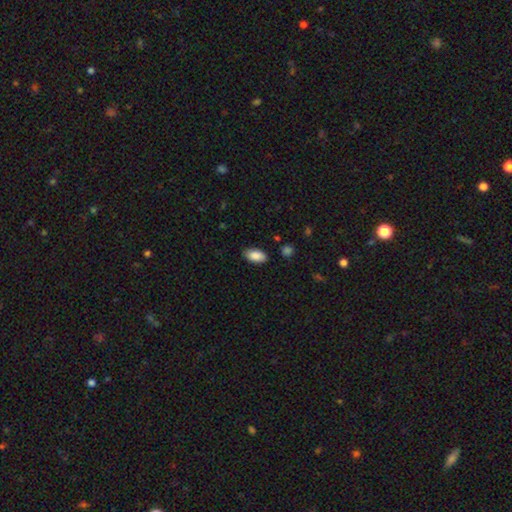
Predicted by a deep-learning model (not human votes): Smooth or featured: smooth — 89% (star or artifact — 7%)
How rounded: in between — 93% (cigar-shaped — 4%)
Merging: none — 86% (minor disturbance — 11%)